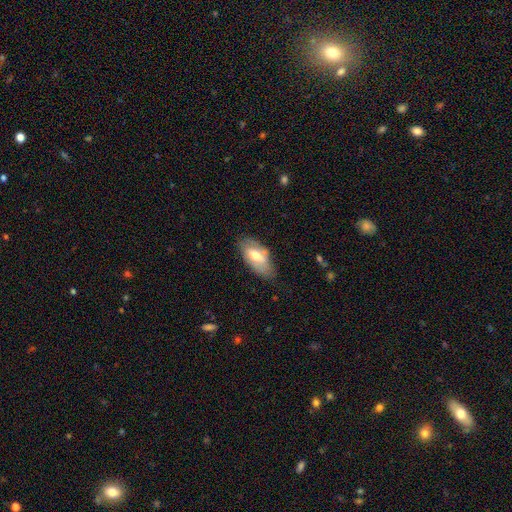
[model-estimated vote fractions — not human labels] smooth 49%, featured or disk 44%, star or artifact 7%. Down the decision tree: merging — none (65%).